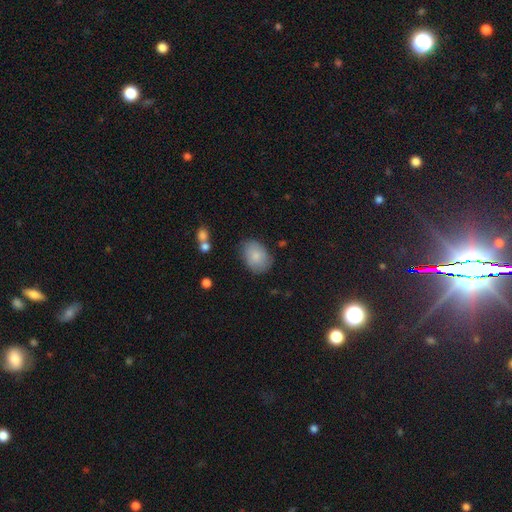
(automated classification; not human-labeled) The model was most divided on "how rounded": in between: 77%, round: 22%, cigar-shaped: 1%. More confident: smooth or featured — smooth (81%); merging — none (77%).